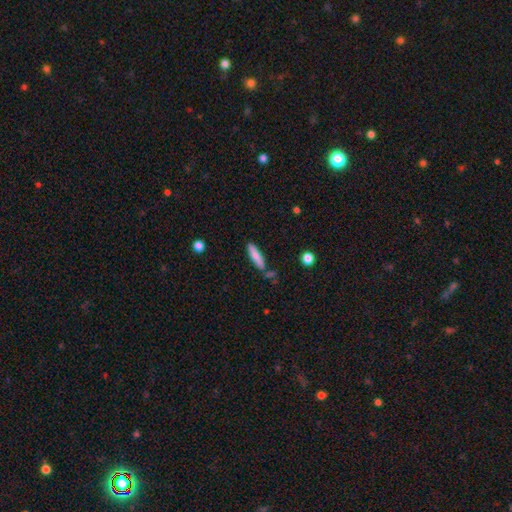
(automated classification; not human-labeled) Smooth or featured? Predicted: smooth (p=0.76). How rounded? Predicted: cigar-shaped (p=0.81). Merging? Predicted: none (p=0.79).